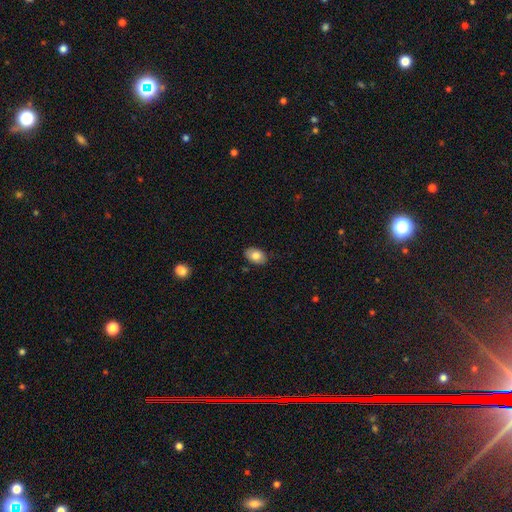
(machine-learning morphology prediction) Overall: smooth (79%). How rounded: in between (86%). Merging: none (84%).